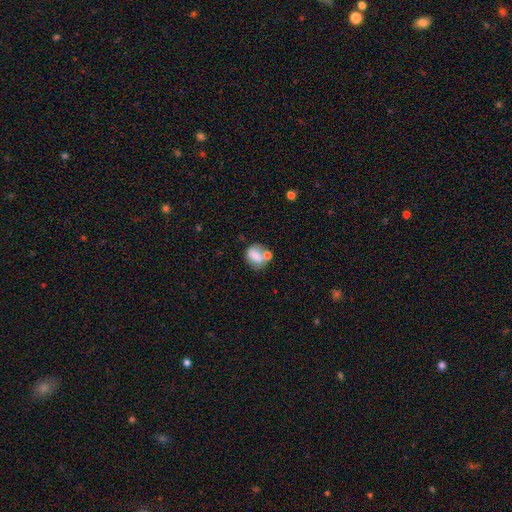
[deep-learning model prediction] smooth_or_featured: smooth (p=0.75) [alt: featured or disk p=0.16]
how_rounded: in between (p=0.50) [alt: round p=0.49]
merging: none (p=0.44) [alt: merger p=0.29]